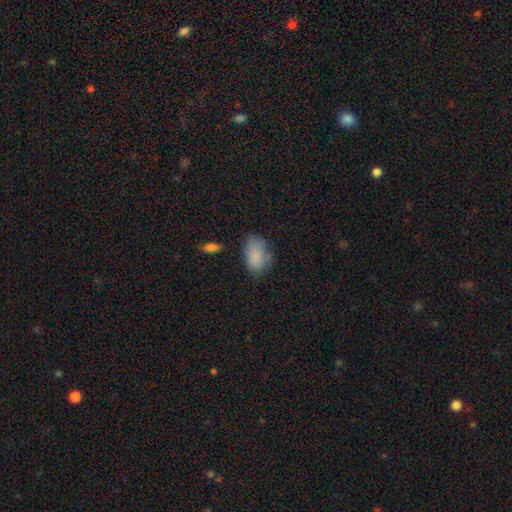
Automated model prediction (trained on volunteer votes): smooth_or_featured: smooth (p=0.85) [alt: star or artifact p=0.08]
how_rounded: in between (p=0.87) [alt: round p=0.11]
merging: none (p=0.66) [alt: minor disturbance p=0.24]